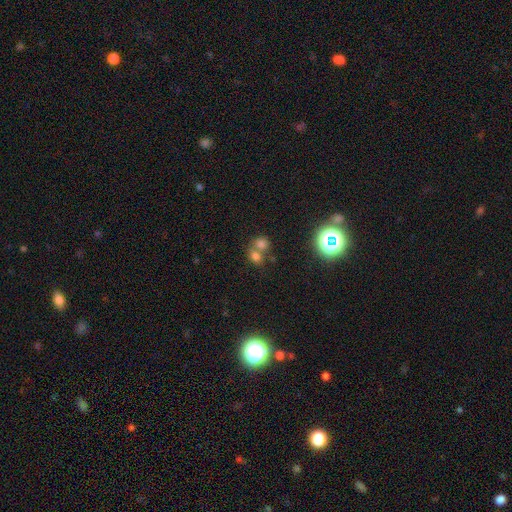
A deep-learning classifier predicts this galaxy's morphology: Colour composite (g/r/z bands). It shows a smooth galaxy with no disk features (68%) that is round (59%). Merging: merger (57%).